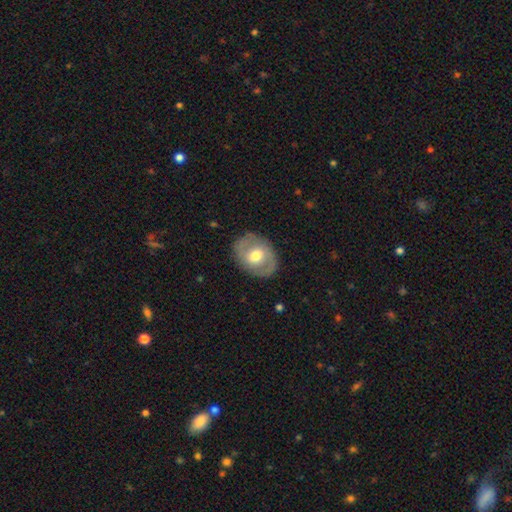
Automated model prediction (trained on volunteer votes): Smooth or featured? Predicted: featured or disk (p=0.49). Merging? Predicted: none (p=0.82).